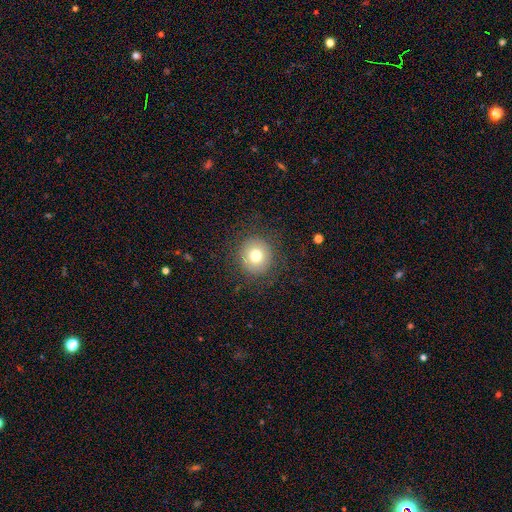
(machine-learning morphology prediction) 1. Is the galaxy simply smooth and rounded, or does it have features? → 75% smooth, 14% featured or disk, 11% star or artifact.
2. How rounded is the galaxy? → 92% round, 7% in between, 1% cigar-shaped.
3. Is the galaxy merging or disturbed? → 87% none, 8% minor disturbance, 4% major disturbance, 1% merger.